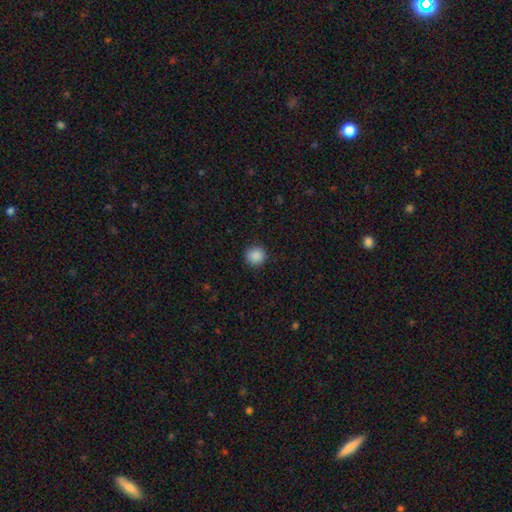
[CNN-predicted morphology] Overall: smooth (88%). How rounded: round (93%). Merging: none (90%).